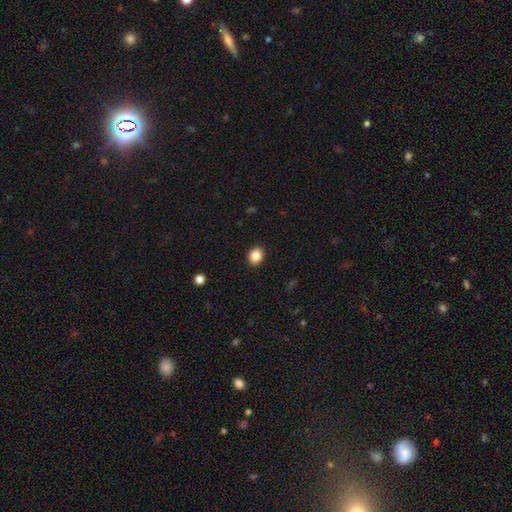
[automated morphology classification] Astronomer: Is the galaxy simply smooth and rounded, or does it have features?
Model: smooth — 87%.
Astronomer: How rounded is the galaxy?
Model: round — 57% (runner-up: in between, 42%).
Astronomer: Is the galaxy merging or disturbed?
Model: none — 91%.